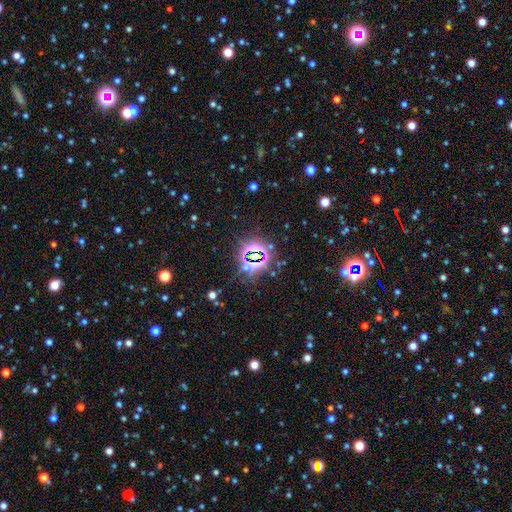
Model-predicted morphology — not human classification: Smooth or featured: star or artifact — 82% (smooth — 11%)